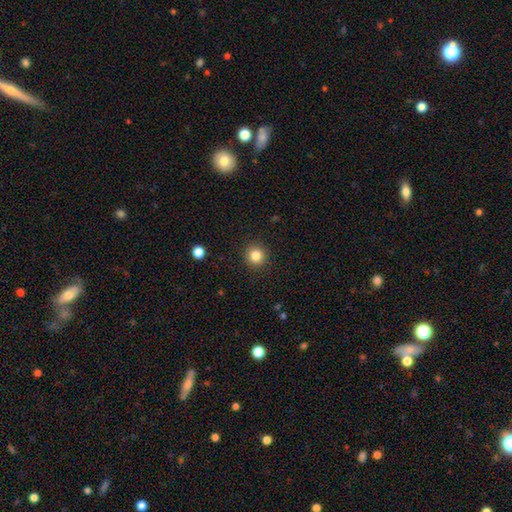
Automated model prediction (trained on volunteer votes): Smooth or featured: smooth — 83% (star or artifact — 11%)
How rounded: round — 94% (in between — 5%)
Merging: none — 92% (minor disturbance — 5%)